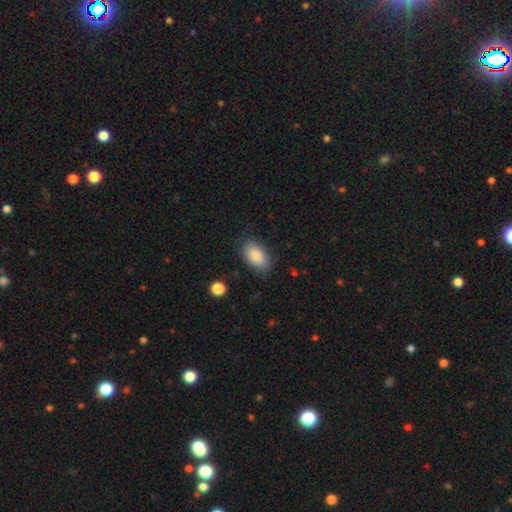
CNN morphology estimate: Smooth or featured? smooth (87%)
How rounded? in between (92%)
Merging? none (81%)